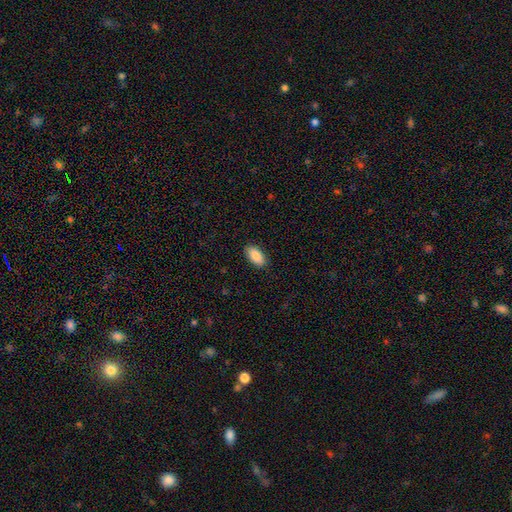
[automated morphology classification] Smooth or featured? Predicted: smooth (p=0.88). How rounded? Predicted: in between (p=0.93). Merging? Predicted: none (p=0.89).